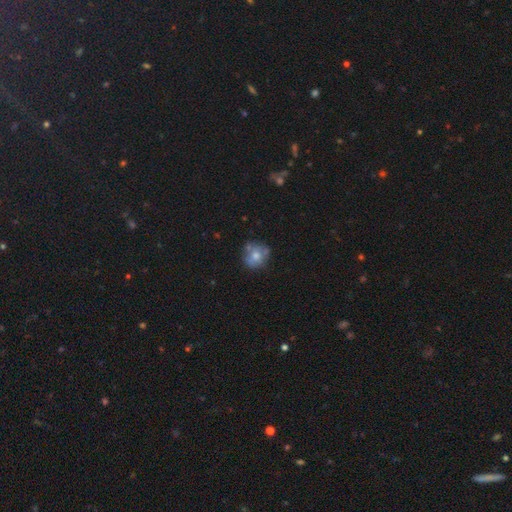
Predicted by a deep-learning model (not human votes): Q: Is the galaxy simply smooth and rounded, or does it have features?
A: smooth — 57%.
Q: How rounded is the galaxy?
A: round — 81%.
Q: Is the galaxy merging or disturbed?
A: none — 61%.